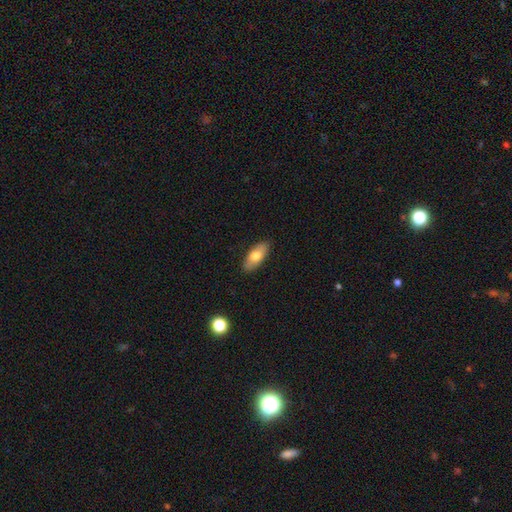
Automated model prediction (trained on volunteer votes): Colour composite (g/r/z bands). It shows a smooth galaxy with no disk features (73%) that is in between round and cigar-shaped (85%). Merging: none (88%).